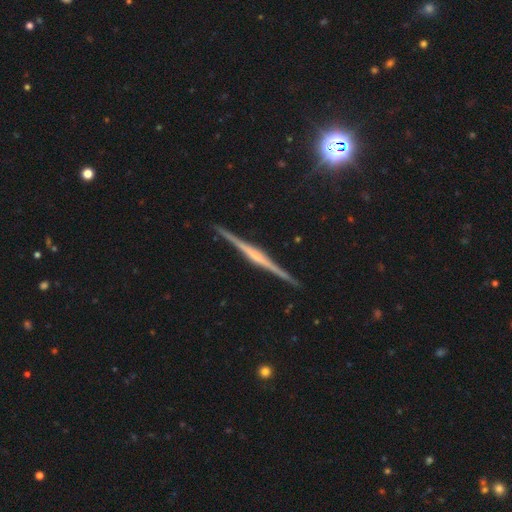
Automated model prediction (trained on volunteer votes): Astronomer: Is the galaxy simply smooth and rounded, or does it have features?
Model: featured or disk — 84%.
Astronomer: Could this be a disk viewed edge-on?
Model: yes — 99%.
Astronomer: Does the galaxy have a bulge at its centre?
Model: rounded — 51% (runner-up: boxy, 27%).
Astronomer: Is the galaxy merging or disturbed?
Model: none — 92%.